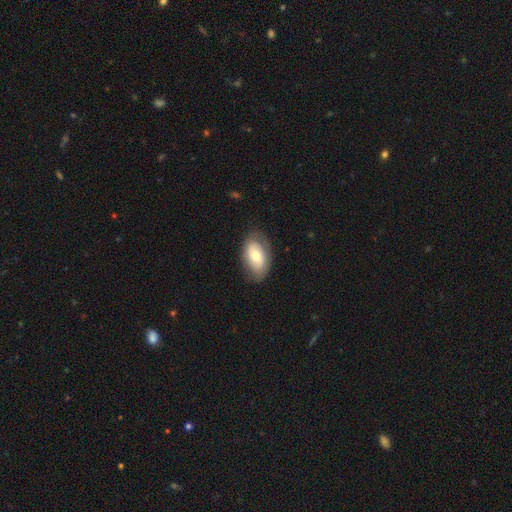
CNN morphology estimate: A smooth galaxy with no disk features (61%) that is in between round and cigar-shaped (91%).

Vote fractions:
- Smooth or featured? smooth: 61% / featured or disk: 33% / star or artifact: 6%
- How rounded? in between: 91% / round: 7% / cigar-shaped: 2%
- Merging? none: 79% / minor disturbance: 15% / major disturbance: 5% / merger: 1%